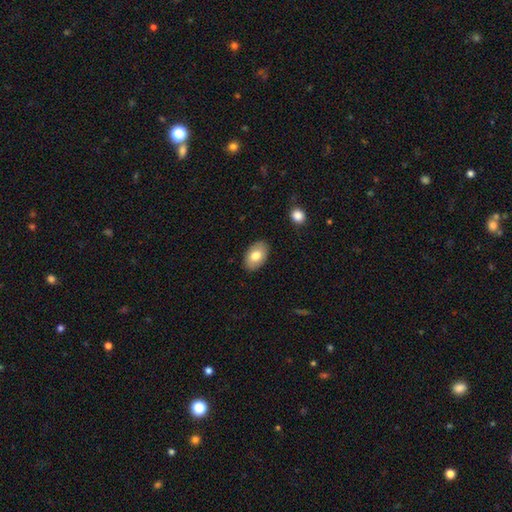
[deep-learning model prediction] Smooth or featured? smooth (76%)
How rounded? in between (91%)
Merging? none (87%)